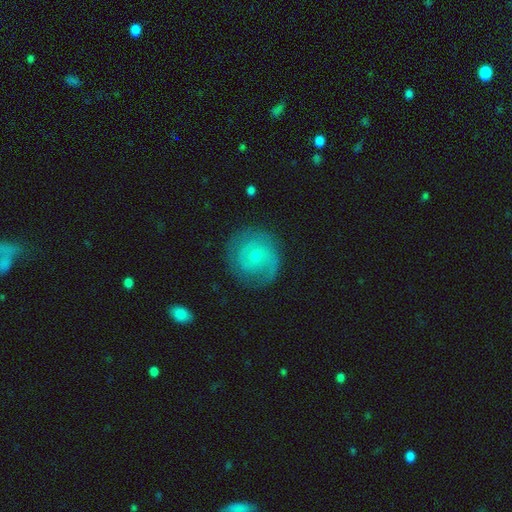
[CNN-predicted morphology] A featured or disk galaxy (72%) with no bar (67%), 2 (55%) tight (58%) spiral arms (91%) and a small central bulge (72%). Merging: none (79%).